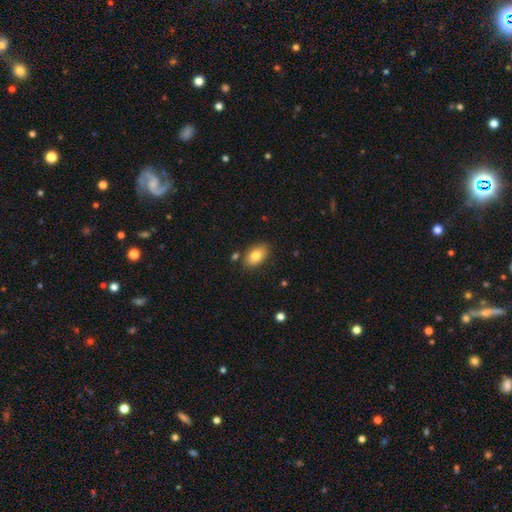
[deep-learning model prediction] This is clearly a smooth galaxy (83%). How rounded: clearly in between (91%). Merging: clearly none (82%).